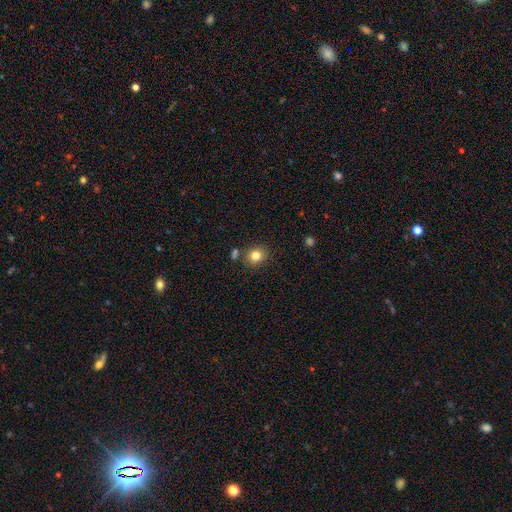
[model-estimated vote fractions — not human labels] smooth_or_featured: smooth (p=0.82) [alt: star or artifact p=0.12]
how_rounded: round (p=0.83) [alt: in between p=0.16]
merging: none (p=0.82) [alt: minor disturbance p=0.09]